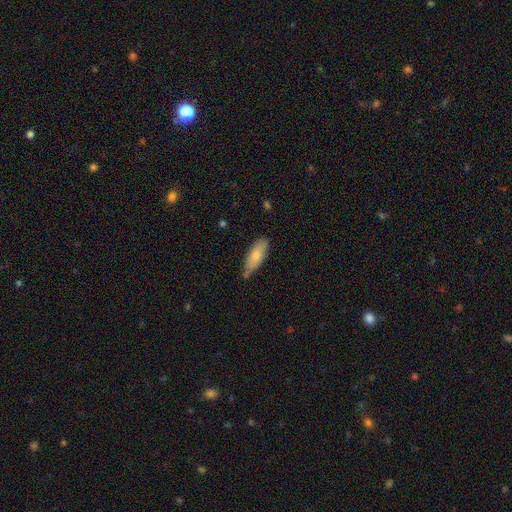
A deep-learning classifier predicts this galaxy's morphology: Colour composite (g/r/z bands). It shows a smooth galaxy with no disk features (73%) that is in between round and cigar-shaped (60%). Merging: none (67%).